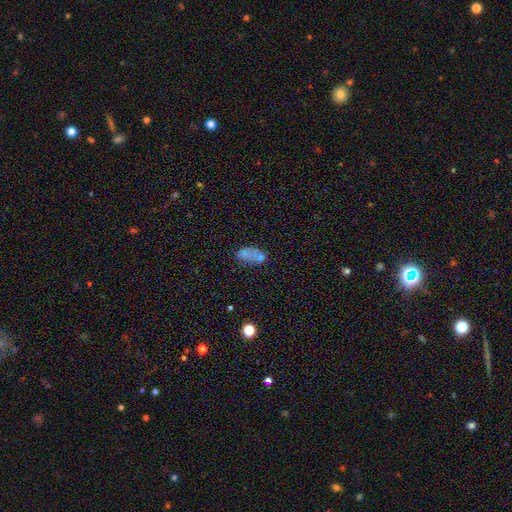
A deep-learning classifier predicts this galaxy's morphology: smooth 64%, featured or disk 20%, star or artifact 16%. Down the decision tree: how rounded — in between (86%); merging — none (42%).